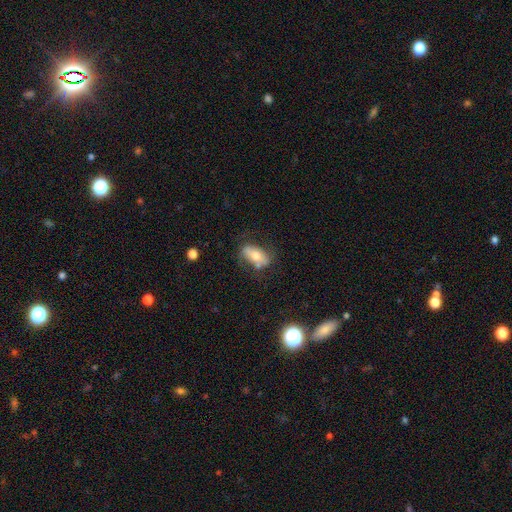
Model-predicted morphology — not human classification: Overall: smooth (58%; featured or disk 35%). How rounded: in between (85%). Merging: none (63%).